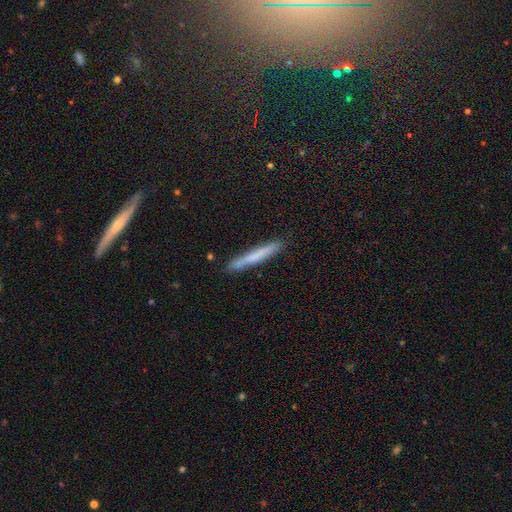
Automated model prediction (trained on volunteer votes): This is likely a smooth galaxy (66%). How rounded: clearly cigar-shaped (96%). Merging: clearly none (87%).